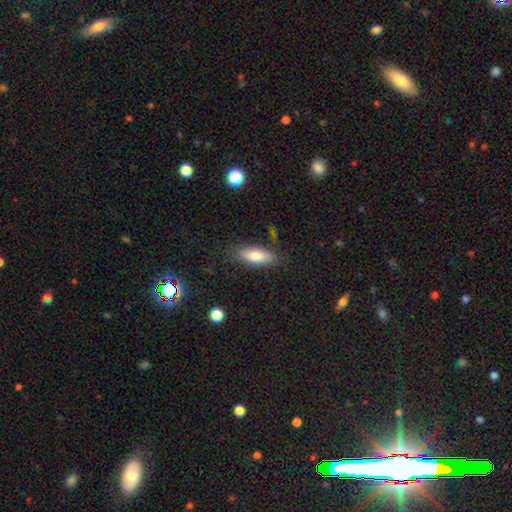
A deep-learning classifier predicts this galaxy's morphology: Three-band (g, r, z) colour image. It shows a smooth galaxy with no disk features (75%) that is in between round and cigar-shaped (71%). Merging: none (79%).